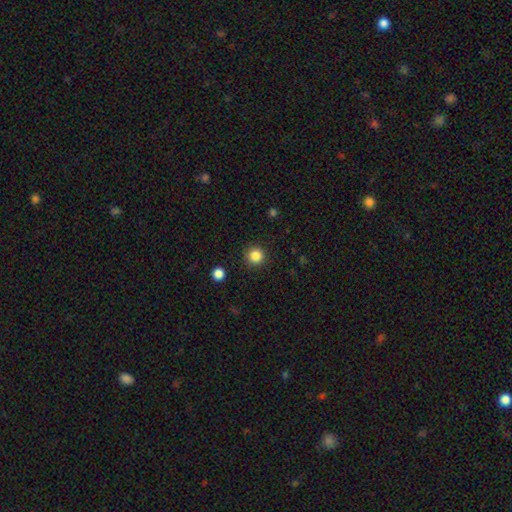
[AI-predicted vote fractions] Smooth or featured?
  - smooth: 85% *
  - star or artifact: 11%
  - featured or disk: 4%
How rounded?
  - round: 95% *
  - in between: 4%
  - cigar-shaped: 1%
Merging?
  - none: 91% *
  - minor disturbance: 5%
  - major disturbance: 2%
  - merger: 1%